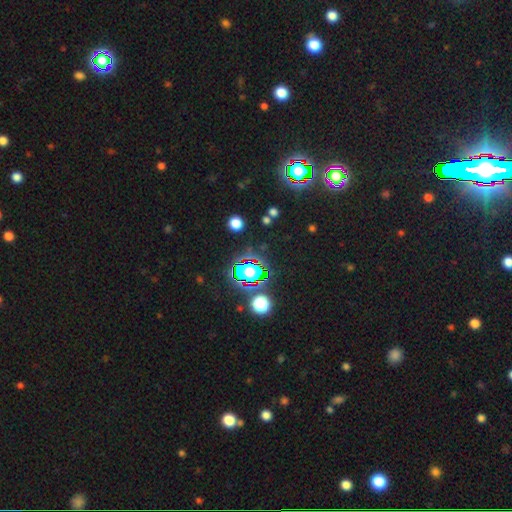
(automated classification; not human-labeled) smooth-or-featured: star or artifact: 80% | smooth: 12% | featured or disk: 8%